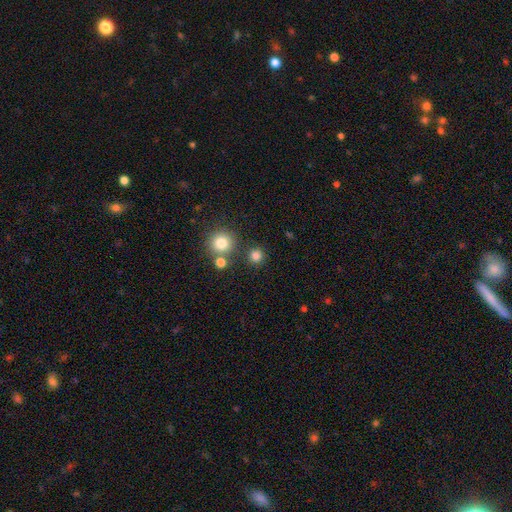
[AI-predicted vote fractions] Q: Smooth or featured?
A: smooth (81%); runner-up: star or artifact (14%)
Q: How rounded?
A: round (93%); runner-up: in between (6%)
Q: Merging?
A: none (83%); runner-up: merger (8%)